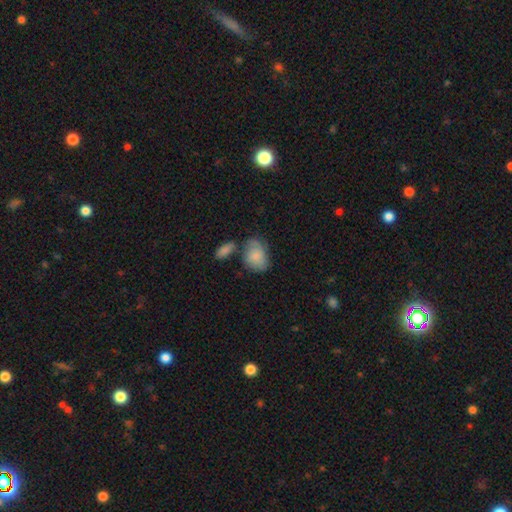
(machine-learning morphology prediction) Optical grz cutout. It shows a smooth galaxy with no disk features (77%) that is in between round and cigar-shaped (77%). Merging: none (45%).